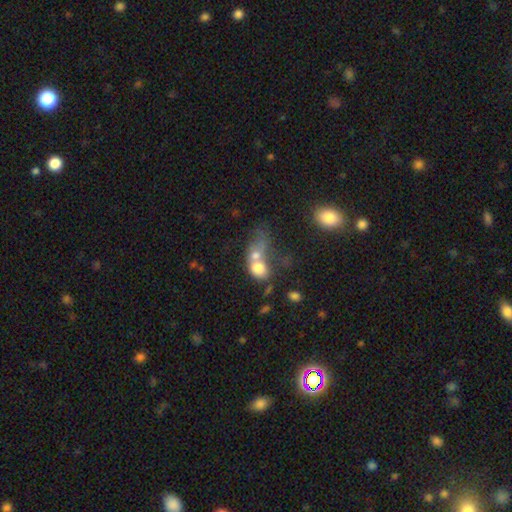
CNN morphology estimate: Q: Smooth or featured?
A: smooth (67%); runner-up: featured or disk (22%)
Q: How rounded?
A: in between (56%); runner-up: round (41%)
Q: Merging?
A: merger (74%); runner-up: none (11%)